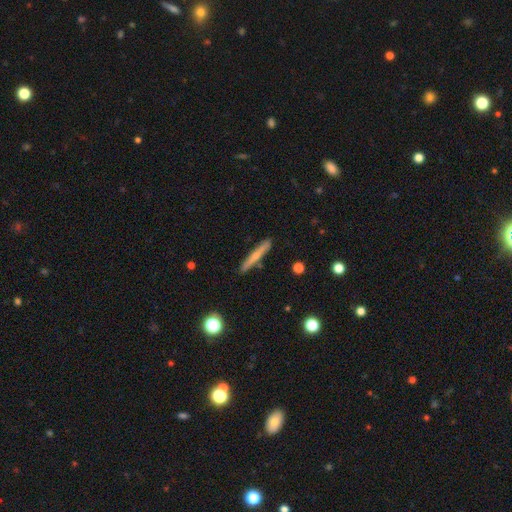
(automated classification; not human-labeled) A smooth galaxy with no disk features (49%).

Vote fractions:
- Smooth or featured? smooth: 49% / featured or disk: 44% / star or artifact: 7%
- Merging? none: 87% / minor disturbance: 9% / merger: 2% / major disturbance: 2%